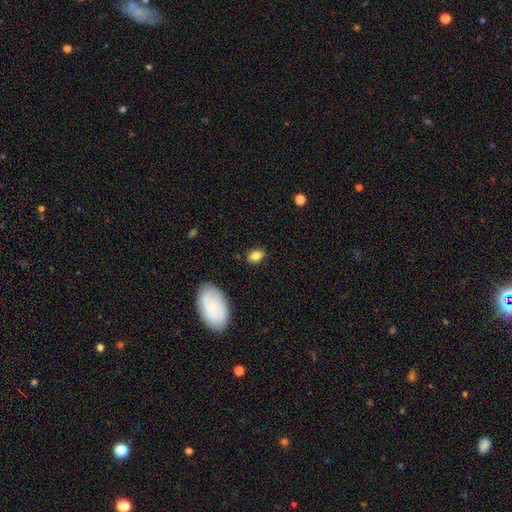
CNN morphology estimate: Smooth or featured? Predicted: smooth (p=0.82). How rounded? Predicted: in between (p=0.79). Merging? Predicted: none (p=0.85).